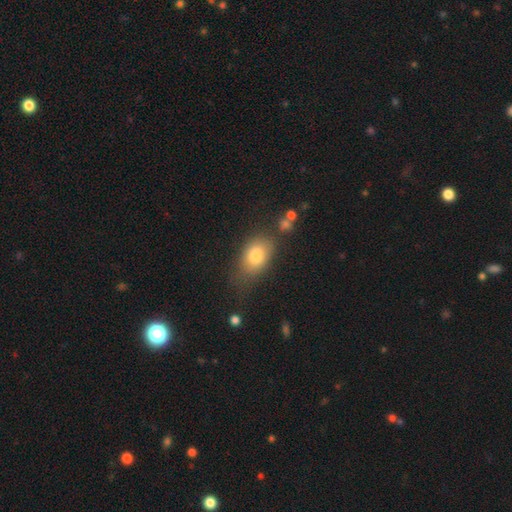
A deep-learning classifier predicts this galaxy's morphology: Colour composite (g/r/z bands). It shows a smooth galaxy with no disk features (79%) that is in between round and cigar-shaped (80%). Merging: none (65%).